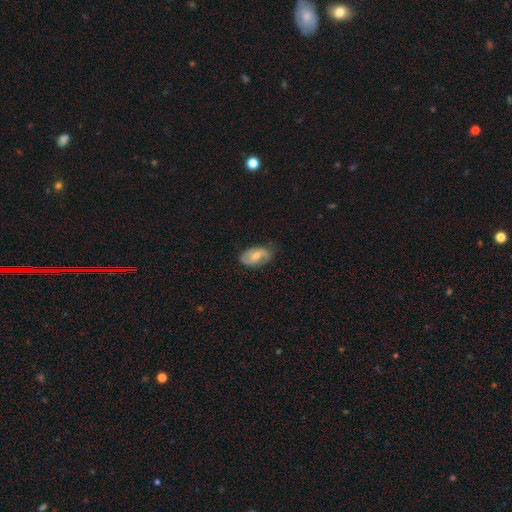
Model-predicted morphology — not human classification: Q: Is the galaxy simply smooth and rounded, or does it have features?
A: featured or disk — 51%.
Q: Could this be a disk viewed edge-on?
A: no — 95%.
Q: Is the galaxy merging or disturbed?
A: none — 69%.